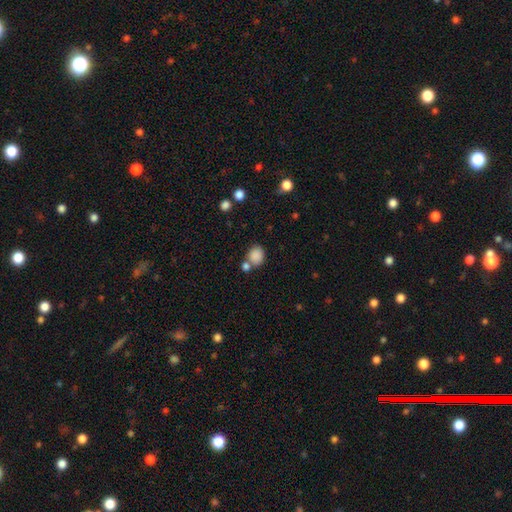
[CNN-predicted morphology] smooth-or-featured: smooth: 86% | star or artifact: 10% | featured or disk: 5%
  how-rounded: round: 65% | in between: 34% | cigar-shaped: 1%
  merging: none: 62% | merger: 21% | minor disturbance: 12% | major disturbance: 4%